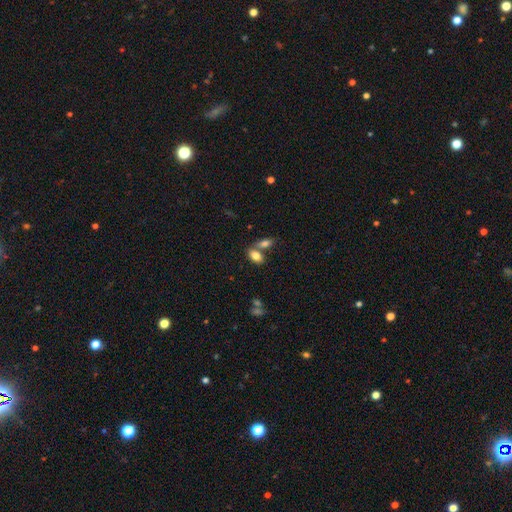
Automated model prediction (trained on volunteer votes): Smooth or featured?
  - smooth: 81% *
  - featured or disk: 10%
  - star or artifact: 8%
How rounded?
  - in between: 89% *
  - round: 8%
  - cigar-shaped: 2%
Merging?
  - none: 47% *
  - merger: 39%
  - minor disturbance: 10%
  - major disturbance: 3%